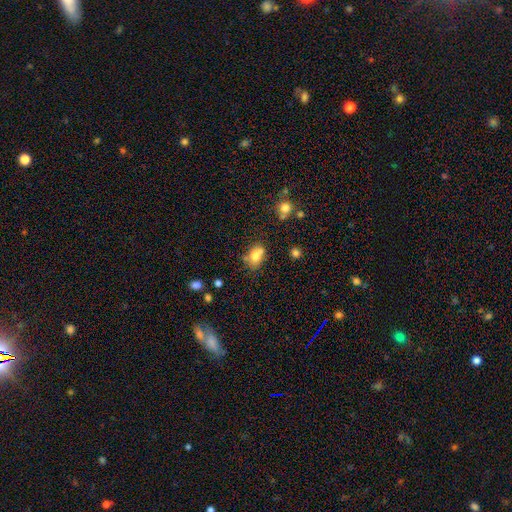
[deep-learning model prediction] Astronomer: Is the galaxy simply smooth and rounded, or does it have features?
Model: smooth — 73%.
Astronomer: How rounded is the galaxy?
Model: in between — 64%.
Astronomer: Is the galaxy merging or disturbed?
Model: none — 48% (runner-up: merger, 30%).